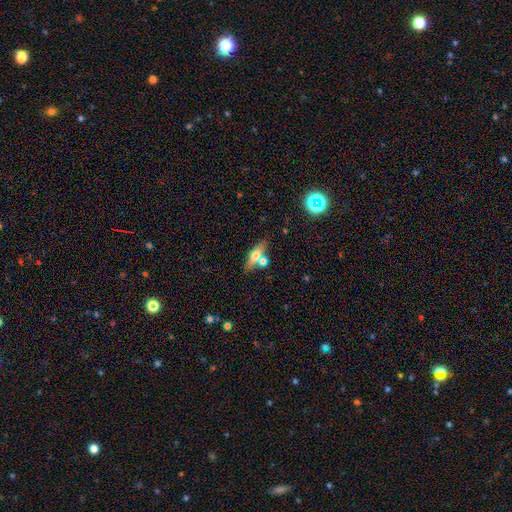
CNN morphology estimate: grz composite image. It shows a smooth galaxy with no disk features (55%) that is in between round and cigar-shaped (52%). Merging: none (61%).